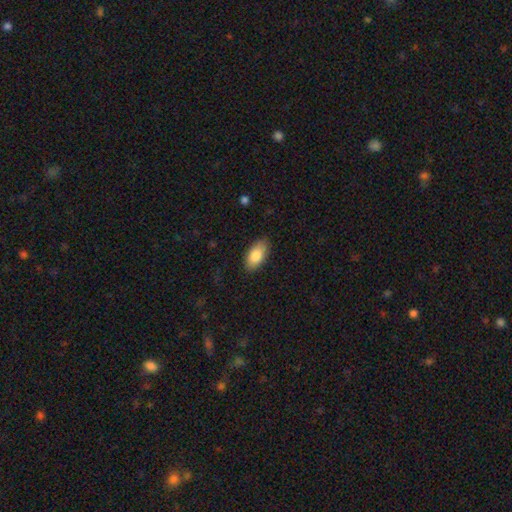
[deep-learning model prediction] A smooth galaxy with no disk features (84%) that is in between round and cigar-shaped (92%).

Vote fractions:
- Smooth or featured? smooth: 84% / featured or disk: 10% / star or artifact: 6%
- How rounded? in between: 92% / cigar-shaped: 5% / round: 3%
- Merging? none: 86% / minor disturbance: 11% / major disturbance: 2% / merger: 1%